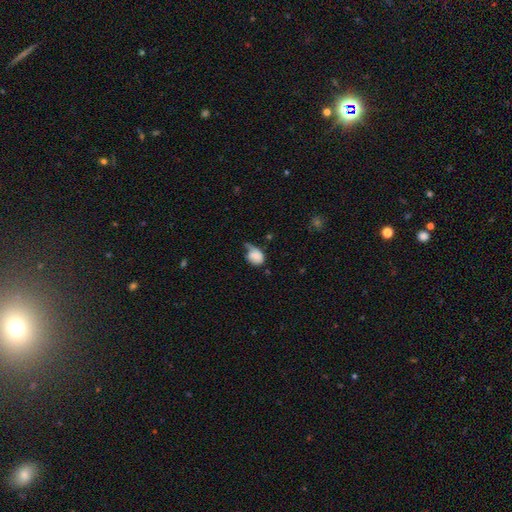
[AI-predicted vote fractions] smooth 76%, featured or disk 15%, star or artifact 8%. Down the decision tree: how rounded — in between (64%); merging — minor disturbance (35%).